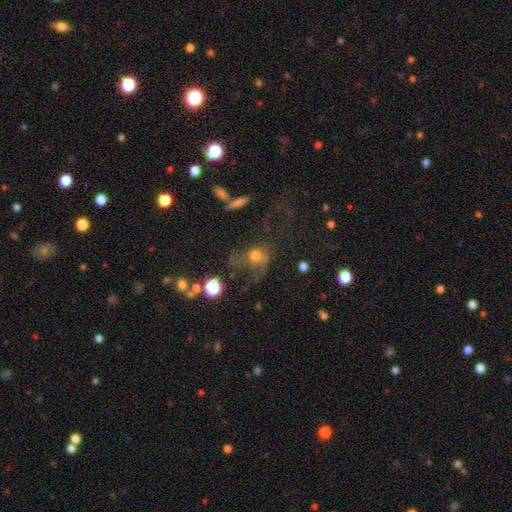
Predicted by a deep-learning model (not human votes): Morphology: type=smooth (54%); roundness=round (63%); merging=major disturbance (44%).